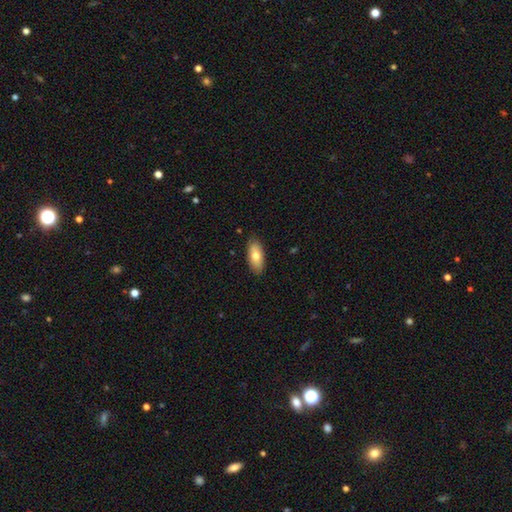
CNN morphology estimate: The model was most divided on "smooth or featured": smooth: 73%, featured or disk: 21%, star or artifact: 6%. More confident: how rounded — in between (87%); merging — none (85%).